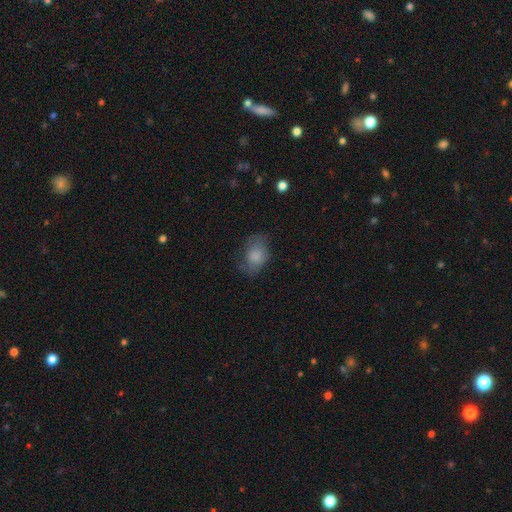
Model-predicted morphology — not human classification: Smooth or featured?
  - smooth: 76% *
  - featured or disk: 16%
  - star or artifact: 8%
How rounded?
  - in between: 72% *
  - round: 27%
  - cigar-shaped: 1%
Merging?
  - none: 54% *
  - minor disturbance: 28%
  - major disturbance: 16%
  - merger: 2%